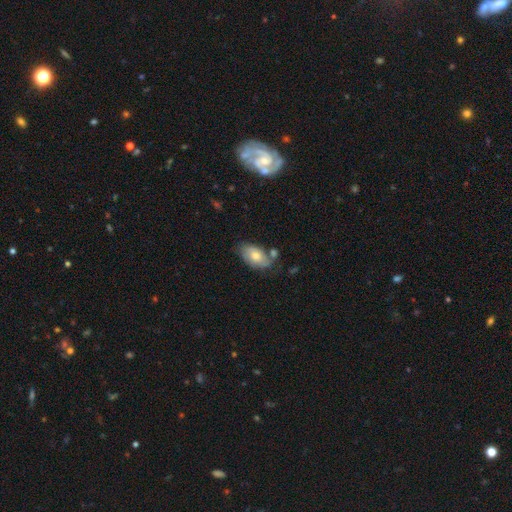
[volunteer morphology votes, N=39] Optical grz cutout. It shows a smooth galaxy with no disk features (46%, tied with featured or disk) that is in between round and cigar-shaped (94%). Merging: minor disturbance (39%).